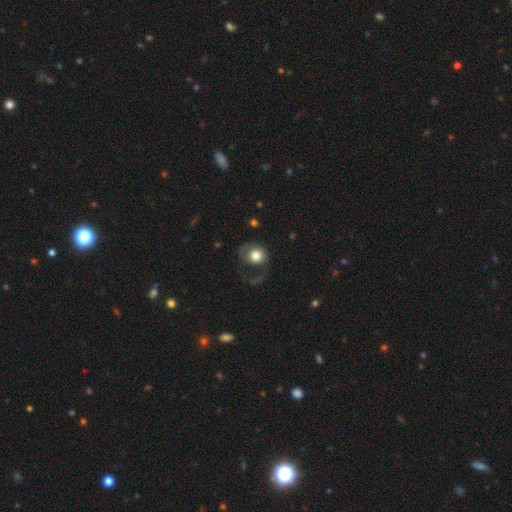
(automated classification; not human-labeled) Smooth or featured: smooth — 71% (featured or disk — 21%)
How rounded: round — 66% (in between — 33%)
Merging: major disturbance — 43% (none — 33%)